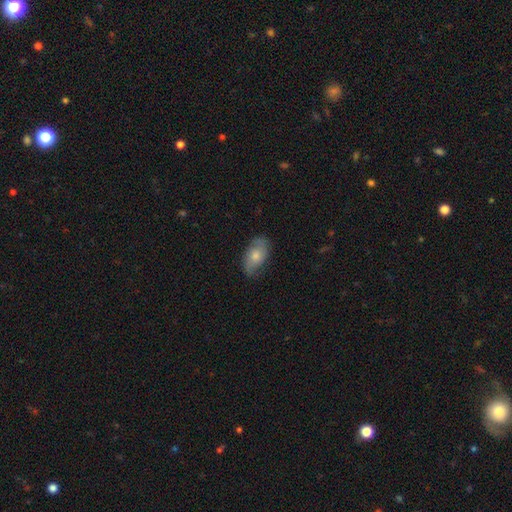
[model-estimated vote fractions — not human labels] This appears to be a smooth galaxy with no disk features (52%) that is in between round and cigar-shaped (91%). Merging: none (72%).